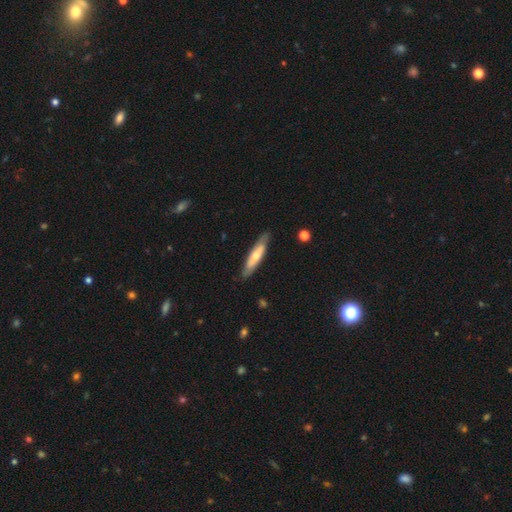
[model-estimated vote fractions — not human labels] smooth 49%, featured or disk 45%, star or artifact 5%. Down the decision tree: merging — none (85%).